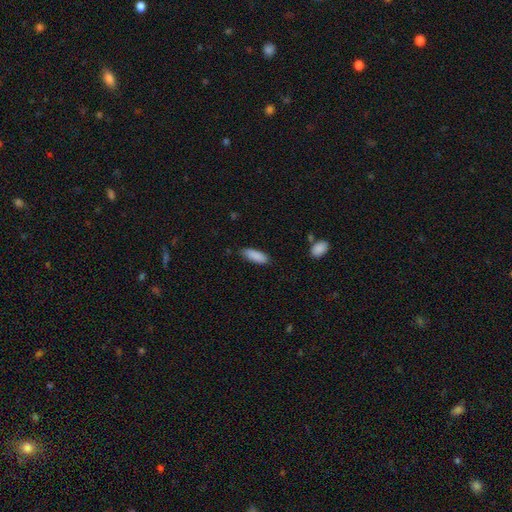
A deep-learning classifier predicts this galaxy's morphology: Smooth or featured: smooth — 89% (star or artifact — 7%)
How rounded: in between — 63% (cigar-shaped — 35%)
Merging: none — 82% (minor disturbance — 14%)